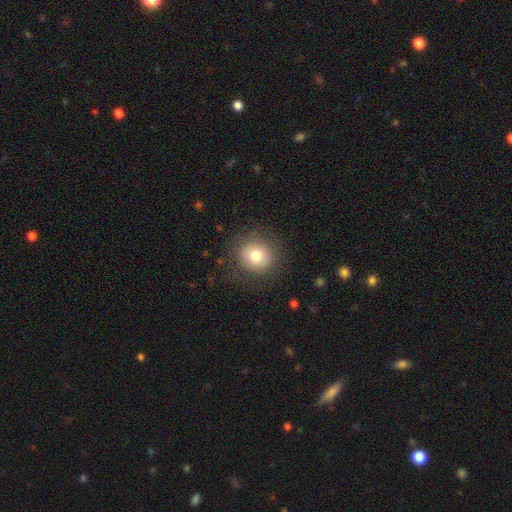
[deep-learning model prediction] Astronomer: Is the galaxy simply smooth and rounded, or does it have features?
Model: smooth — 78%.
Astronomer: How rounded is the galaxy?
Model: round — 91%.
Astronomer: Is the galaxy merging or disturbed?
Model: none — 86%.